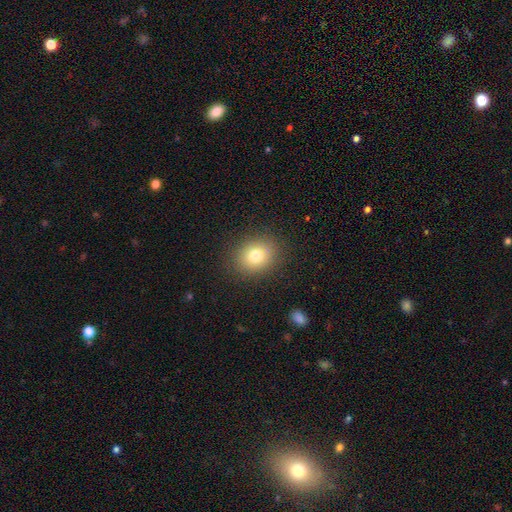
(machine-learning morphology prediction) smooth 78%, star or artifact 12%, featured or disk 10%. Down the decision tree: how rounded — round (61%); merging — none (88%).